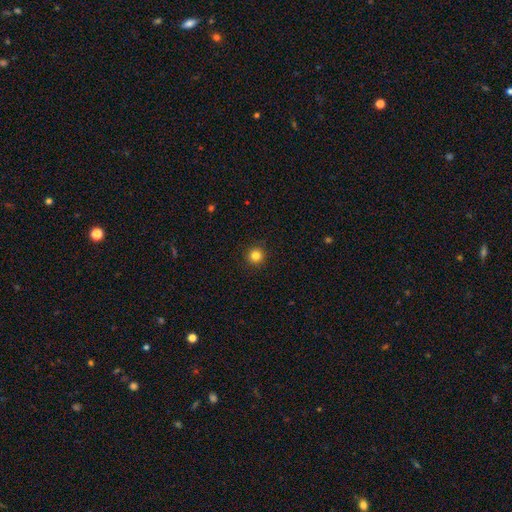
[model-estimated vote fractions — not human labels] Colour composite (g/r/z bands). It shows a smooth galaxy with no disk features (83%) that is round (96%). Merging: none (92%).